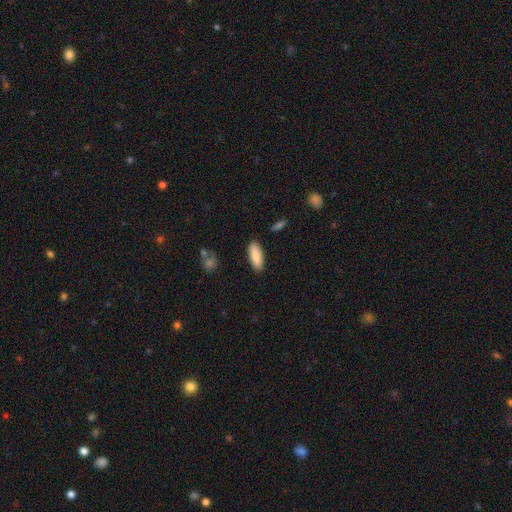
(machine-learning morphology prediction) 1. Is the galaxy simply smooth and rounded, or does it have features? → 87% smooth, 7% featured or disk, 6% star or artifact.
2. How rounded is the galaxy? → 61% in between, 37% cigar-shaped, 2% round.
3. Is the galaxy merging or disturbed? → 87% none, 9% minor disturbance, 2% major disturbance, 2% merger.